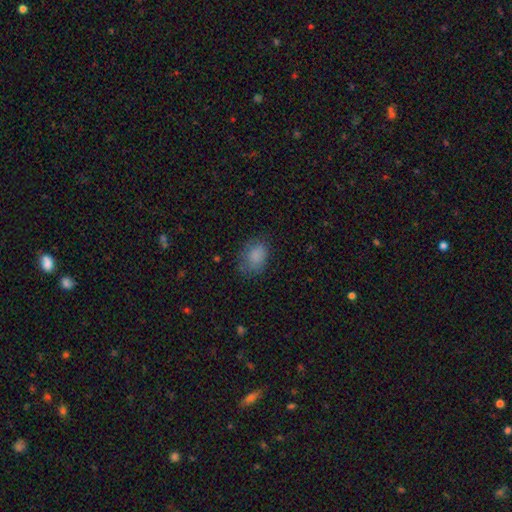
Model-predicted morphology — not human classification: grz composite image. It shows a smooth galaxy with no disk features (84%) that is in between round and cigar-shaped (72%). Merging: none (67%).